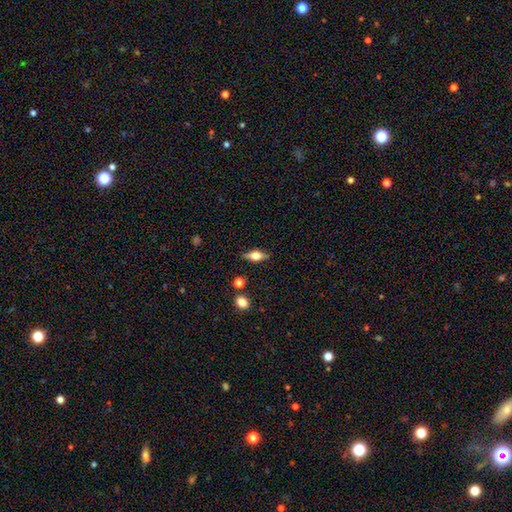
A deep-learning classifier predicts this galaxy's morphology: Smooth or featured: smooth — 51% (featured or disk — 40%)
How rounded: in between — 72% (cigar-shaped — 21%)
Merging: none — 84% (minor disturbance — 11%)